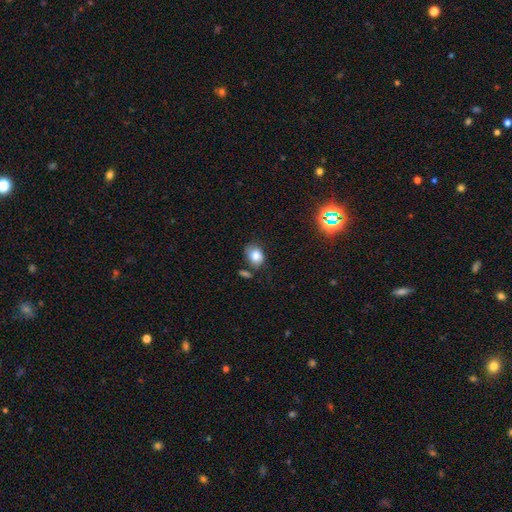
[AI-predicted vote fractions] smooth-or-featured: smooth: 79% | star or artifact: 11% | featured or disk: 10%
  how-rounded: in between: 62% | round: 37% | cigar-shaped: 1%
  merging: none: 60% | minor disturbance: 23% | merger: 9% | major disturbance: 7%